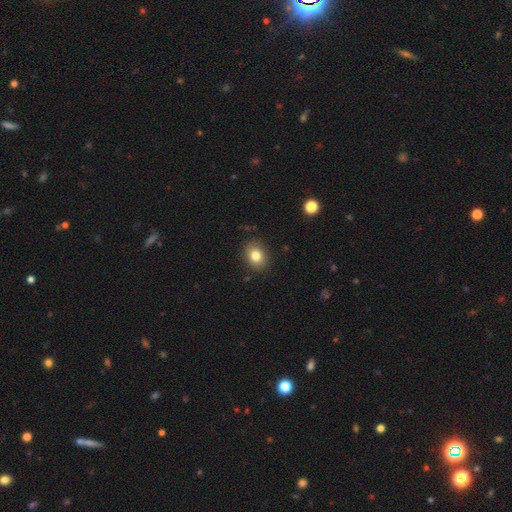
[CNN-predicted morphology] smooth 81%, star or artifact 11%, featured or disk 9%. Down the decision tree: how rounded — round (51%); merging — none (87%).